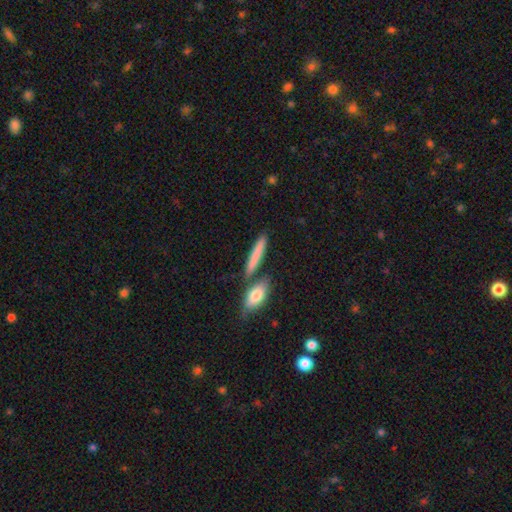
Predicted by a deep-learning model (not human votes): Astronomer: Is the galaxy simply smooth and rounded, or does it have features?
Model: smooth — 78%.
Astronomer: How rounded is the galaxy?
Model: cigar-shaped — 83%.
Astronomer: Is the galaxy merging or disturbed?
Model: none — 73%.